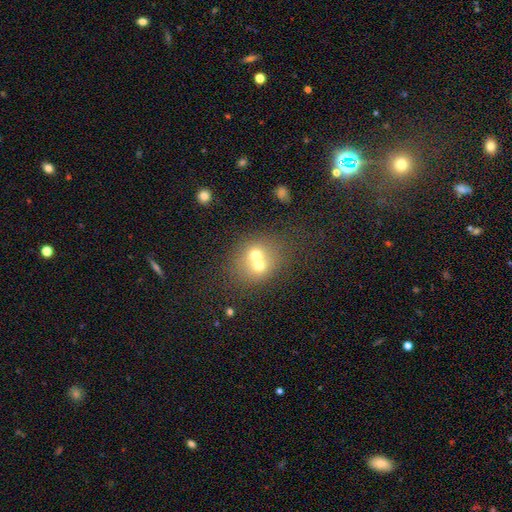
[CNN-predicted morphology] smooth 62%, featured or disk 25%, star or artifact 14%. Down the decision tree: how rounded — round (75%); merging — merger (63%).